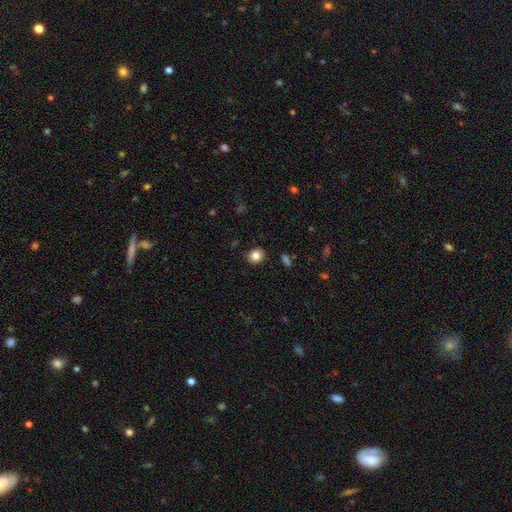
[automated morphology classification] This is clearly a smooth galaxy (84%). How rounded: likely round (79%). Merging: clearly none (90%).